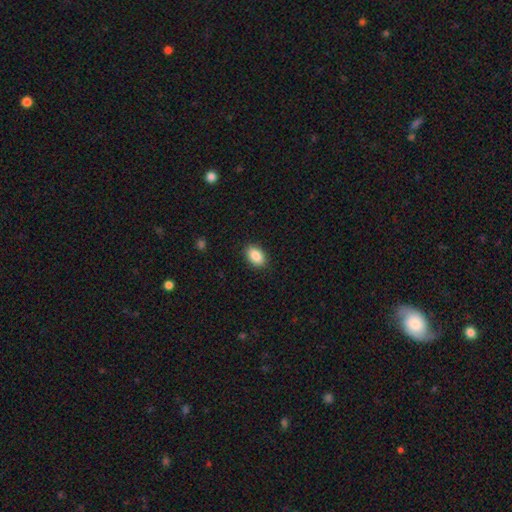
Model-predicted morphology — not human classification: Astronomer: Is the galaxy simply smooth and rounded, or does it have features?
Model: smooth — 88%.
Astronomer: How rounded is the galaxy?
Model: in between — 88%.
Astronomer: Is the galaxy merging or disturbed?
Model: none — 88%.